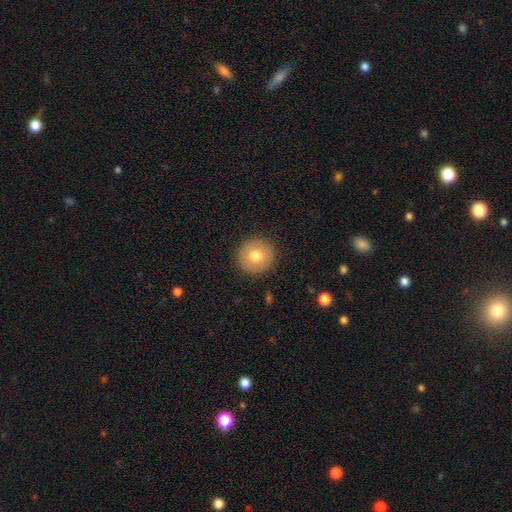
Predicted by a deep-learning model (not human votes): Q: Smooth or featured?
A: smooth (73%); runner-up: featured or disk (19%)
Q: How rounded?
A: round (95%); runner-up: in between (4%)
Q: Merging?
A: none (92%); runner-up: minor disturbance (6%)